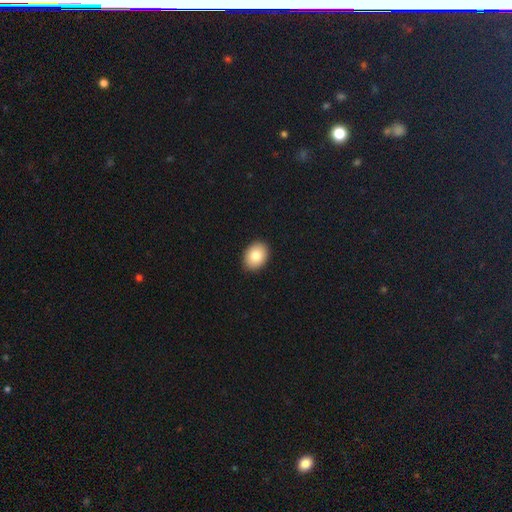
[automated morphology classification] type=smooth (83%); roundness=in between (68%); merging=none (91%).